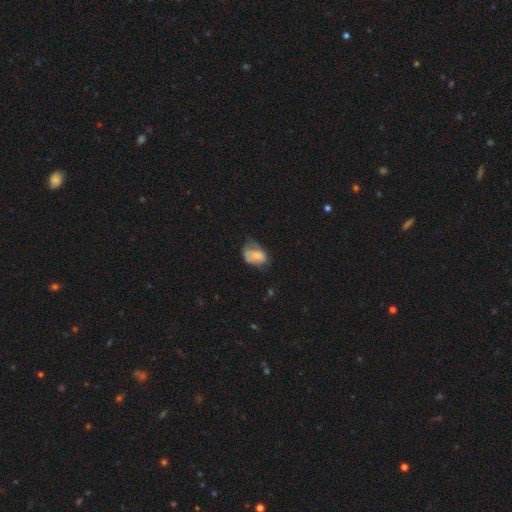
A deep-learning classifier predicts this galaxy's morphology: The model was most divided on "merging": minor disturbance: 35%, major disturbance: 31%, none: 29%, merger: 5%. More confident: how rounded — in between (82%); smooth or featured — smooth (64%).